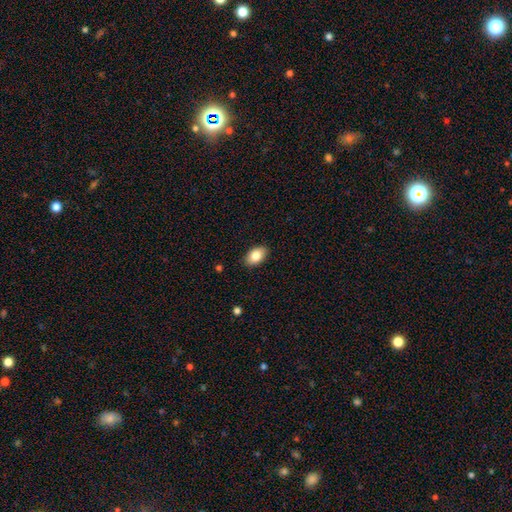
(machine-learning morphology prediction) Overall: smooth (83%). How rounded: in between (90%). Merging: none (88%).